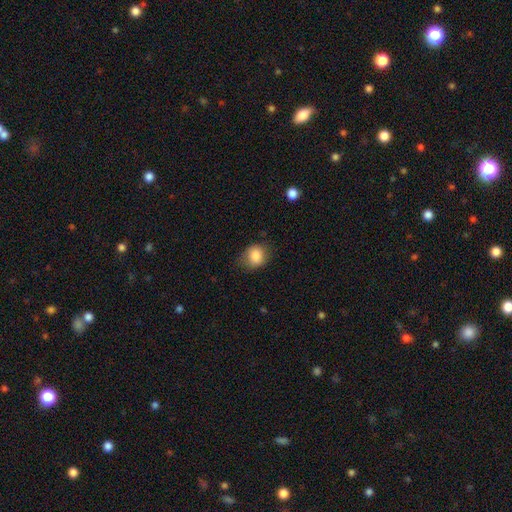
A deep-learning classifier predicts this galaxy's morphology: smooth-or-featured: smooth: 86% | star or artifact: 9% | featured or disk: 6%
  how-rounded: round: 56% | in between: 43% | cigar-shaped: 1%
  merging: none: 66% | minor disturbance: 24% | major disturbance: 8% | merger: 1%